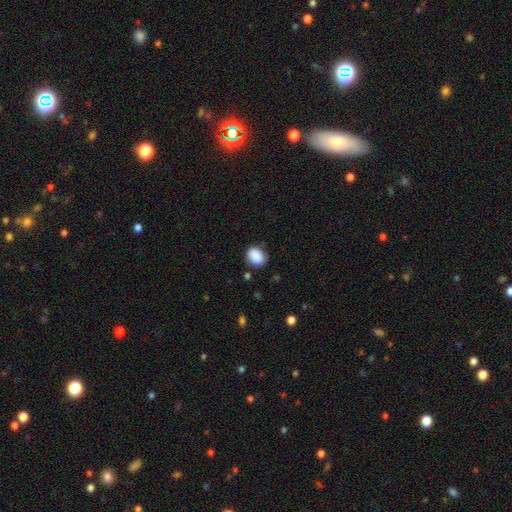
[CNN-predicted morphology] Overall: smooth (88%). How rounded: in between (58%; round 41%). Merging: none (80%).